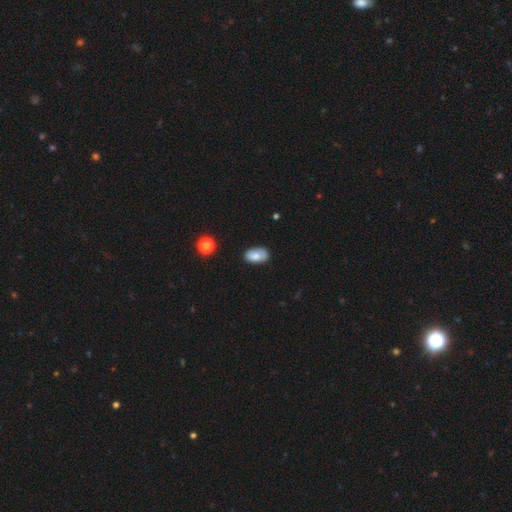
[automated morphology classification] A smooth galaxy with no disk features (80%) that is in between round and cigar-shaped (93%).

Vote fractions:
- Smooth or featured? smooth: 80% / featured or disk: 12% / star or artifact: 8%
- How rounded? in between: 93% / round: 6% / cigar-shaped: 2%
- Merging? none: 79% / minor disturbance: 17% / major disturbance: 3% / merger: 2%